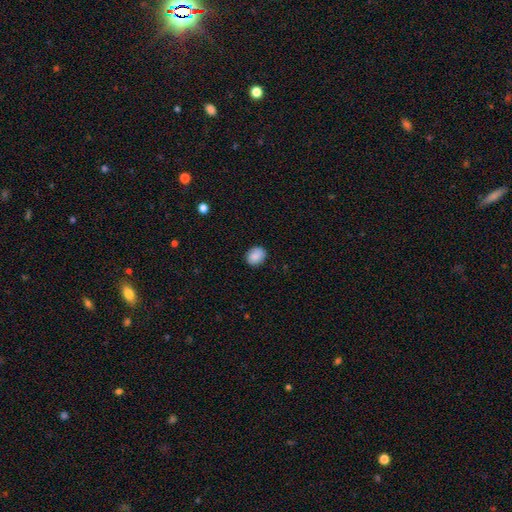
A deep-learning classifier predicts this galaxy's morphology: smooth_or_featured: smooth (p=0.88) [alt: star or artifact p=0.07]
how_rounded: in between (p=0.51) [alt: round p=0.48]
merging: none (p=0.86) [alt: minor disturbance p=0.11]